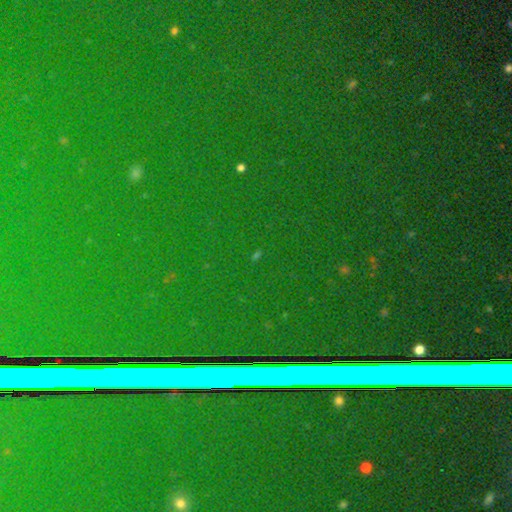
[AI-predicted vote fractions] A star or artifact, not a galaxy (86%).

Vote fractions:
- Smooth or featured? star or artifact: 86% / smooth: 8% / featured or disk: 6%